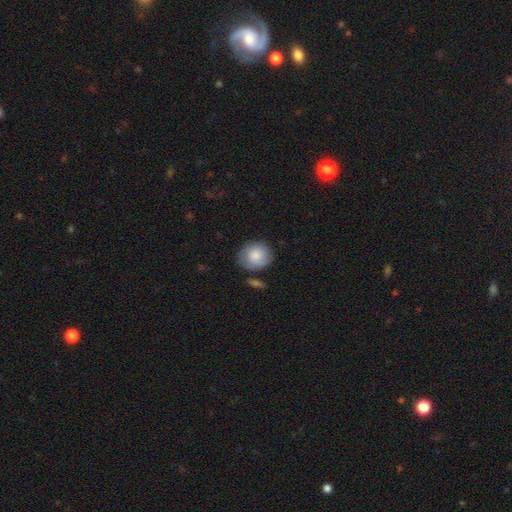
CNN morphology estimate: smooth 82%, featured or disk 11%, star or artifact 6%. Down the decision tree: how rounded — round (72%); merging — none (70%).